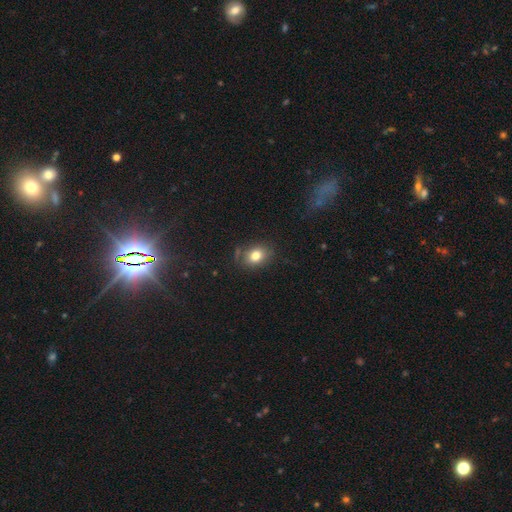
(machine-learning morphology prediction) The model was most divided on "how rounded": in between: 63%, round: 35%, cigar-shaped: 1%. More confident: smooth or featured — smooth (80%); merging — none (75%).